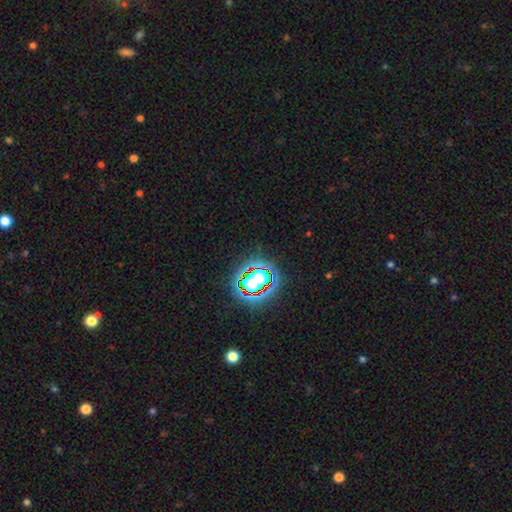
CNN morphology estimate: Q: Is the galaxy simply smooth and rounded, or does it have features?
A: star or artifact — 77%.